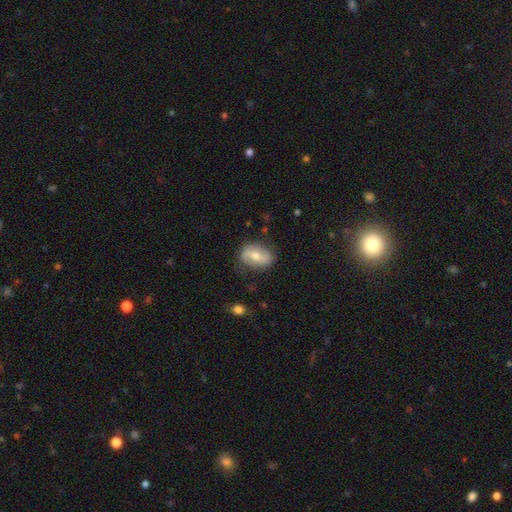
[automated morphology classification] This appears to be a smooth galaxy with no disk features (49%). Merging: none (72%).